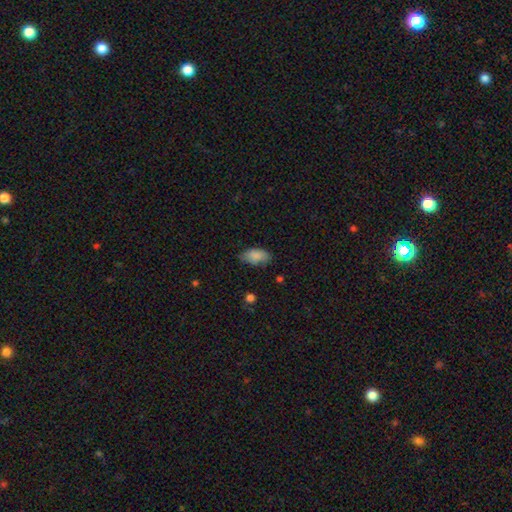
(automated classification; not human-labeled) A smooth galaxy with no disk features (85%) that is in between round and cigar-shaped (93%). Merging: none (65%).